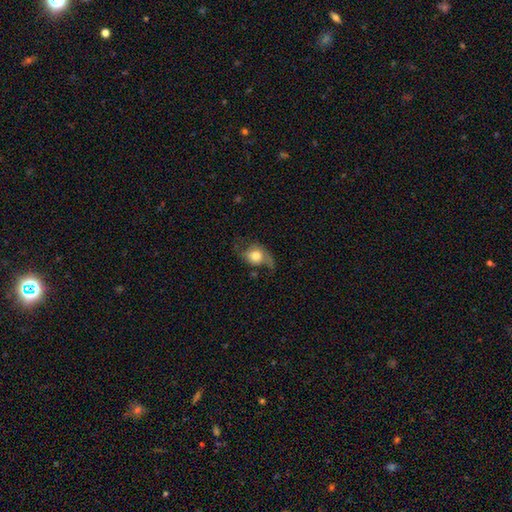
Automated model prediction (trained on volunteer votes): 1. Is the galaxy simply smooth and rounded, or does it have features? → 54% smooth, 38% featured or disk, 8% star or artifact.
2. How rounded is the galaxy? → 49% in between (tied), 49% round (tied), 2% cigar-shaped.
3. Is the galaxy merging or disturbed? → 44% none, 28% minor disturbance, 26% major disturbance, 3% merger.